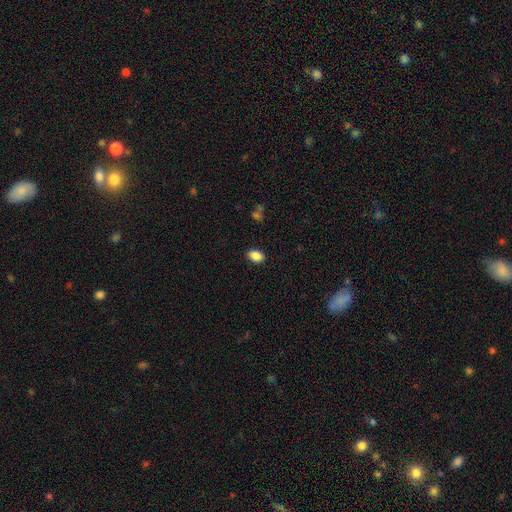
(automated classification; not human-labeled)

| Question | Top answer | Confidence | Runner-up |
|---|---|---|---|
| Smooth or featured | smooth | 88% | star or artifact (8%) |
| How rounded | in between | 82% | round (16%) |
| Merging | none | 87% | minor disturbance (10%) |